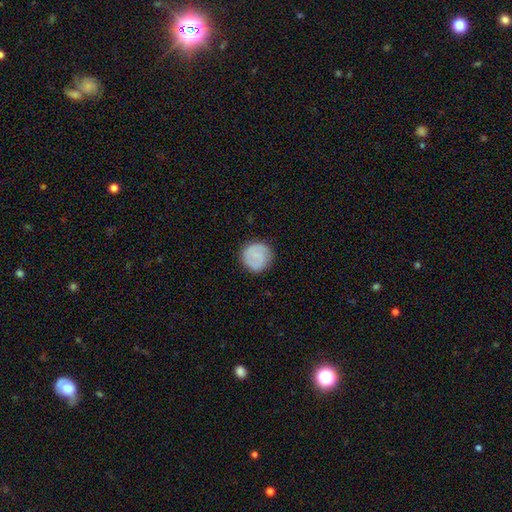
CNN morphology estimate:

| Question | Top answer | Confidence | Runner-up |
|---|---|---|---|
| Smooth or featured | smooth | 70% | featured or disk (23%) |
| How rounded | round | 92% | in between (7%) |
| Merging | none | 84% | minor disturbance (12%) |